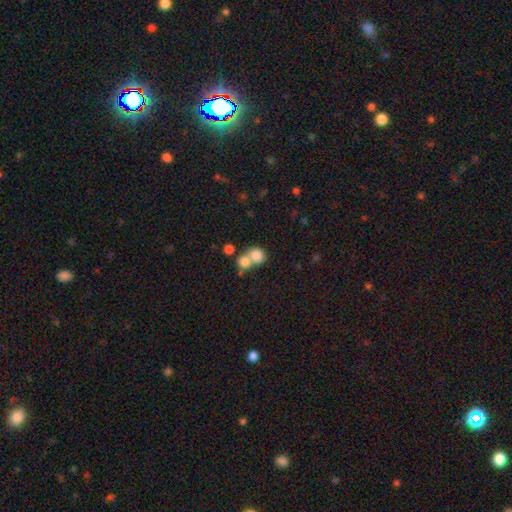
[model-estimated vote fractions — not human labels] smooth_or_featured: smooth (p=0.80) [alt: featured or disk p=0.10]
how_rounded: round (p=0.72) [alt: in between p=0.26]
merging: merger (p=0.62) [alt: none p=0.28]